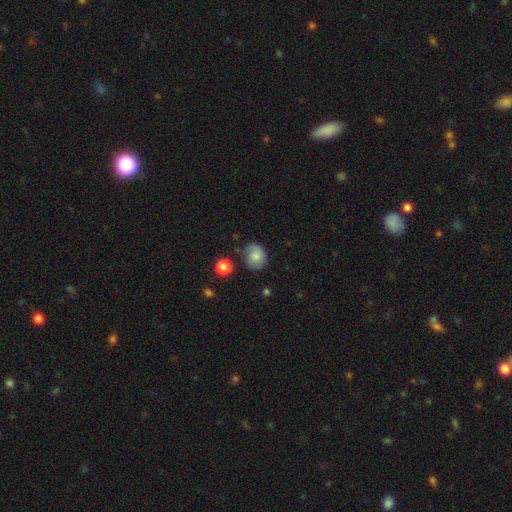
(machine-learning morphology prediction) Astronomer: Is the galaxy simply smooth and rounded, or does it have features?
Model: smooth — 69%.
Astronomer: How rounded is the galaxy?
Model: round — 66%.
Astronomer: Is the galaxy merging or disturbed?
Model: none — 61%.